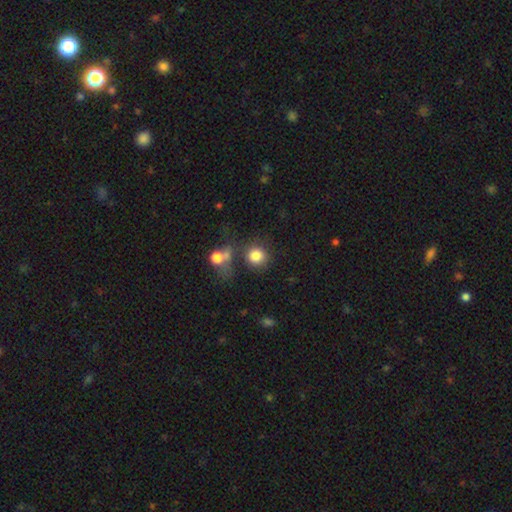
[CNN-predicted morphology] The model was most divided on "merging": none: 64%, merger: 17%, minor disturbance: 12%, major disturbance: 8%. More confident: how rounded — round (88%); smooth or featured — smooth (82%).